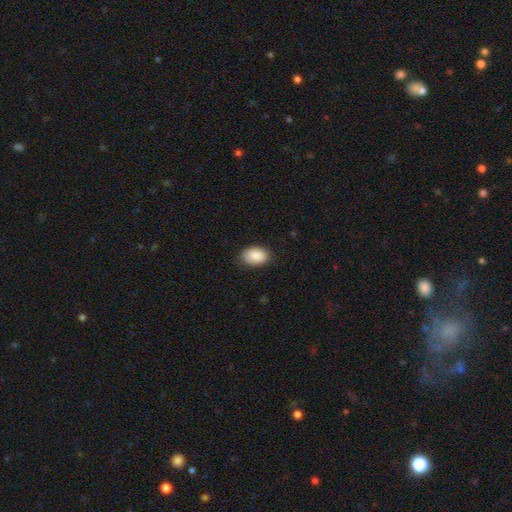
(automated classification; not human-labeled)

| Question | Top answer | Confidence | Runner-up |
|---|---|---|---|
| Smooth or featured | smooth | 89% | star or artifact (6%) |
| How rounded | in between | 88% | round (11%) |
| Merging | none | 80% | minor disturbance (16%) |